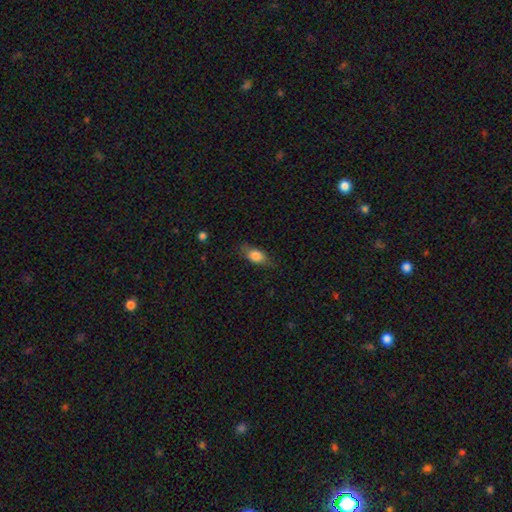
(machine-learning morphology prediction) smooth_or_featured: smooth (p=0.78) [alt: featured or disk p=0.14]
how_rounded: in between (p=0.79) [alt: cigar-shaped p=0.11]
merging: none (p=0.71) [alt: minor disturbance p=0.22]